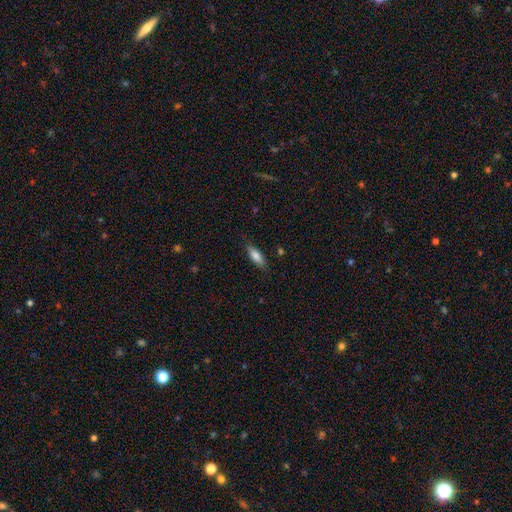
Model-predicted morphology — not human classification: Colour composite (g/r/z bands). It shows a smooth galaxy with no disk features (80%) that is in between round and cigar-shaped (67%). Merging: none (82%).